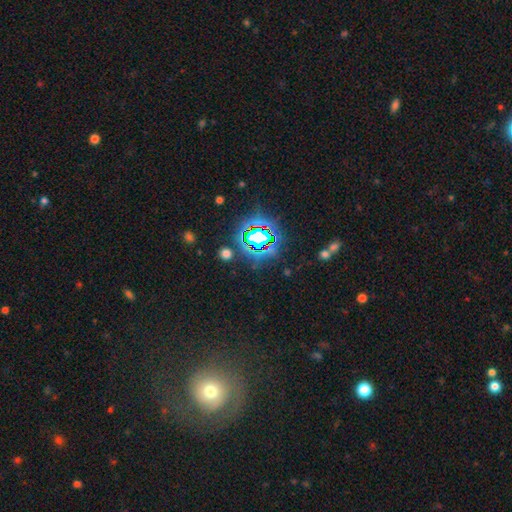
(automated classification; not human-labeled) Overall: star or artifact (63%).